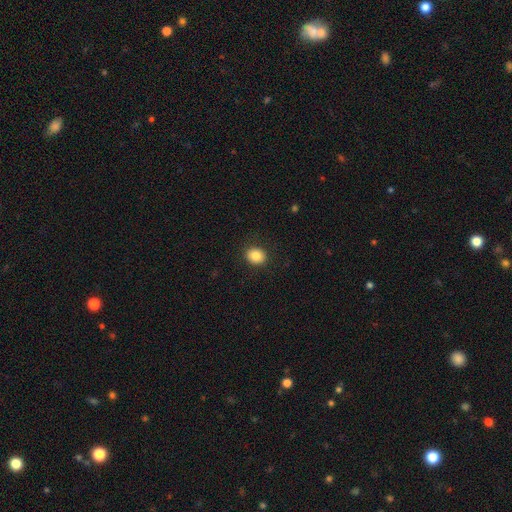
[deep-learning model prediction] Overall: smooth (84%). How rounded: round (64%; in between 35%). Merging: none (90%).